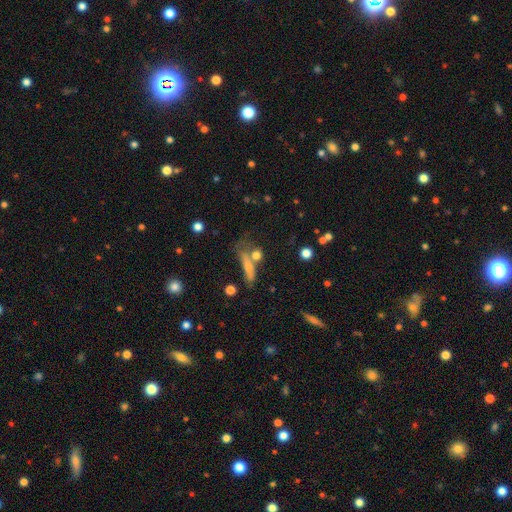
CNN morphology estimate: A smooth galaxy with no disk features (64%) that is cigar-shaped (42%).

Vote fractions:
- Smooth or featured? smooth: 64% / featured or disk: 24% / star or artifact: 12%
- How rounded? cigar-shaped: 42% / round: 32% / in between: 26%
- Merging? none: 46% / merger: 27% / minor disturbance: 15% / major disturbance: 12%